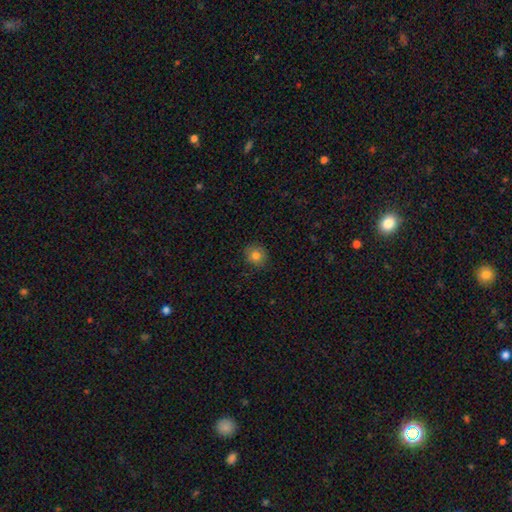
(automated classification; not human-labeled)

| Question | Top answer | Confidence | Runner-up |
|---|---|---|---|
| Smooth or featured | smooth | 81% | star or artifact (11%) |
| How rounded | round | 82% | in between (17%) |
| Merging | none | 87% | minor disturbance (10%) |